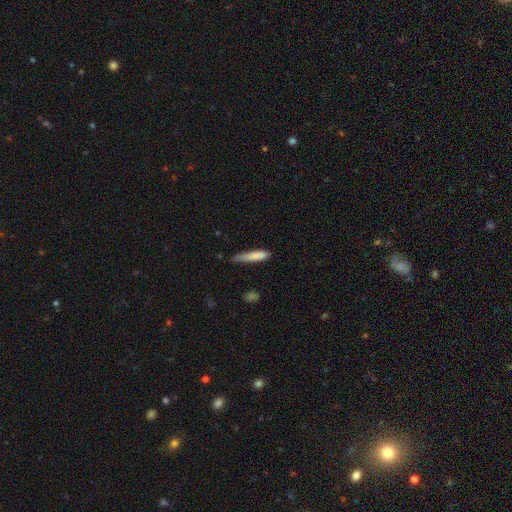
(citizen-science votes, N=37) Smooth or featured: smooth — 89% (featured or disk — 5%)
How rounded: cigar-shaped — 76% (in between — 21%)
Merging: none — 43% (tied with minor disturbance — 43%)